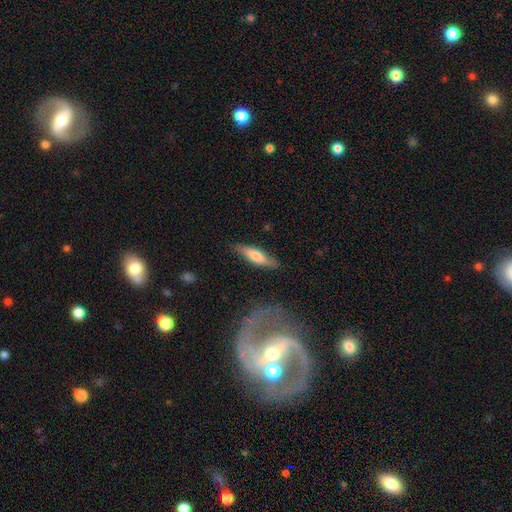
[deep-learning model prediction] Morphology: type=smooth (62%); roundness=cigar-shaped (69%); merging=none (82%).